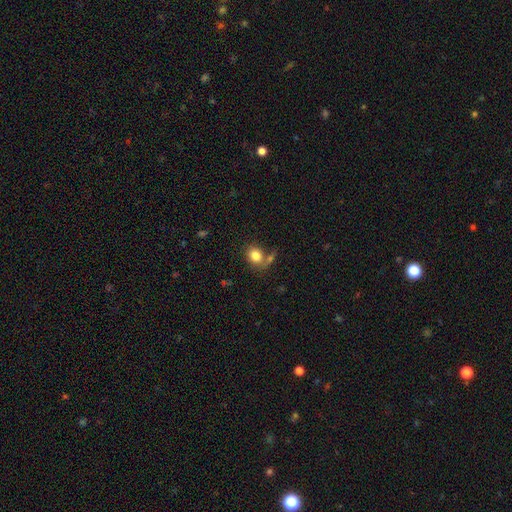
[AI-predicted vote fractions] Morphology: type=smooth (82%); roundness=round (56%); merging=none (56%).